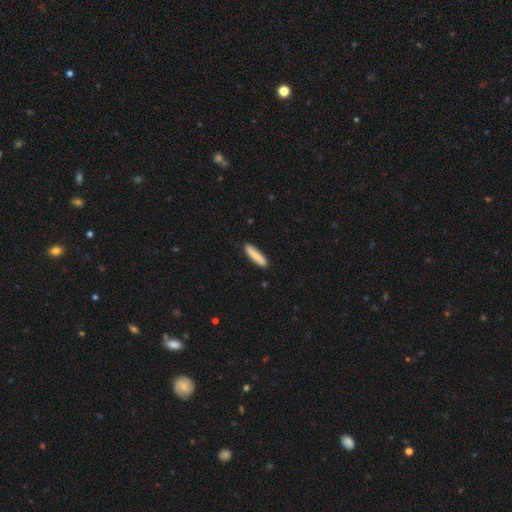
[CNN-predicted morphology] Smooth or featured: smooth — 79% (featured or disk — 15%)
How rounded: cigar-shaped — 82% (in between — 16%)
Merging: none — 87% (minor disturbance — 10%)